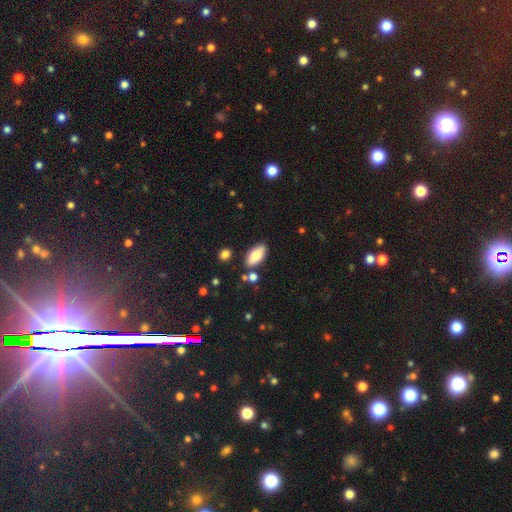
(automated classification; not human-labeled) smooth 81%, featured or disk 12%, star or artifact 7%. Down the decision tree: how rounded — in between (89%); merging — none (80%).